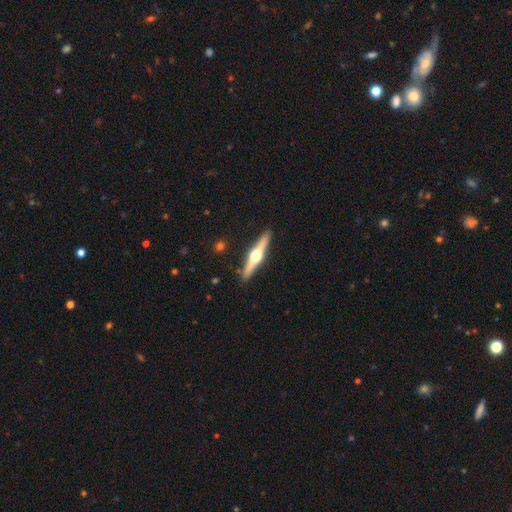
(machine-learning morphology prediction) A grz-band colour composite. It shows a featured or disk galaxy (73%) viewed edge-on (98%) with a rounded central bulge (96%). Merging: none (91%).